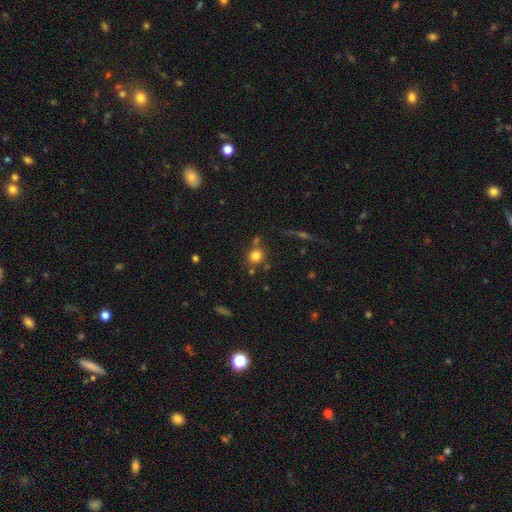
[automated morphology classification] Smooth or featured?
  - smooth: 79% *
  - star or artifact: 13%
  - featured or disk: 9%
How rounded?
  - round: 85% *
  - in between: 14%
  - cigar-shaped: 1%
Merging?
  - none: 72% *
  - merger: 13%
  - minor disturbance: 10%
  - major disturbance: 4%